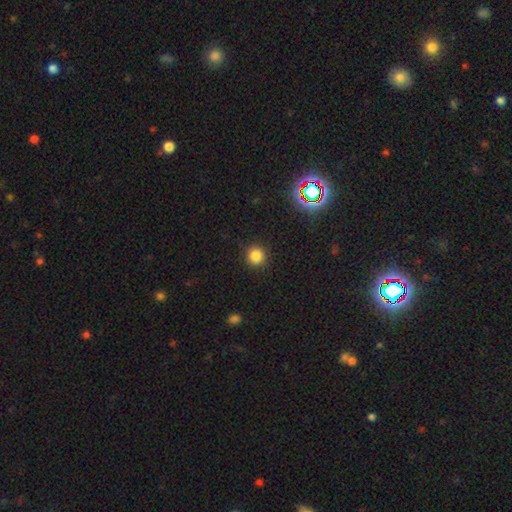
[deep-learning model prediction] smooth 83%, star or artifact 13%, featured or disk 4%. Down the decision tree: how rounded — round (94%); merging — none (91%).